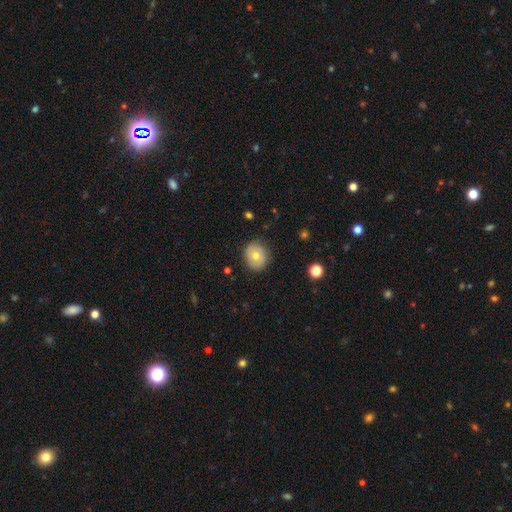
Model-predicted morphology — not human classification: A smooth galaxy with no disk features (69%) that is round (72%). Merging: none (85%).